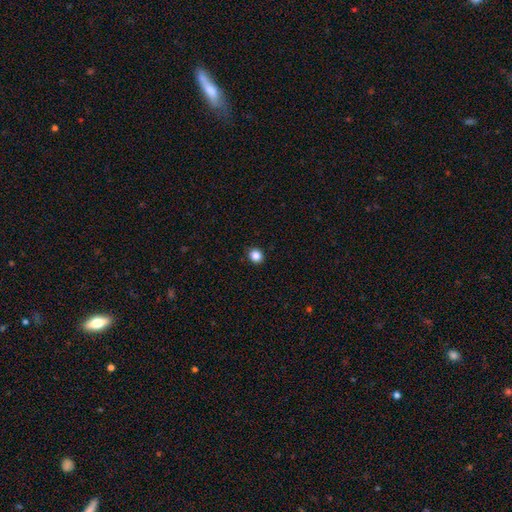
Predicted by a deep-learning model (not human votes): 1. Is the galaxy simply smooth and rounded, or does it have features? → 85% smooth, 11% star or artifact, 4% featured or disk.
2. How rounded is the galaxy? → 81% round, 18% in between, 1% cigar-shaped.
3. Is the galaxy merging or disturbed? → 92% none, 5% minor disturbance, 2% major disturbance, 1% merger.